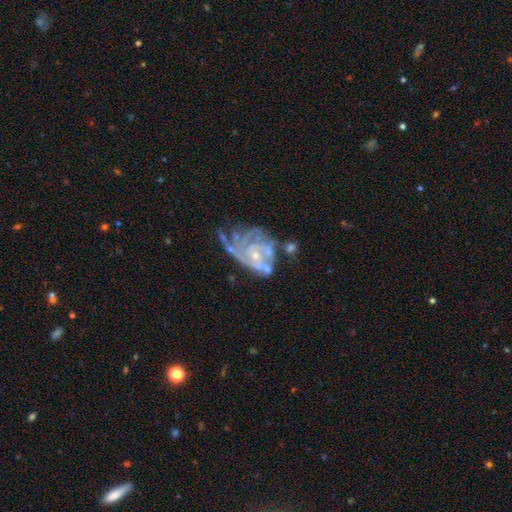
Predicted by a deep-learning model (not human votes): This is clearly a featured or disk galaxy (84%). It is clearly not viewed edge-on (98%). Bar: likely no (74%). Spiral arm pattern: clearly yes (88%). Spiral arm count: marginally can't tell (38%). Spiral winding: possibly tight (59%). Central bulge: likely small (69%). Merging: marginally major disturbance (32%).